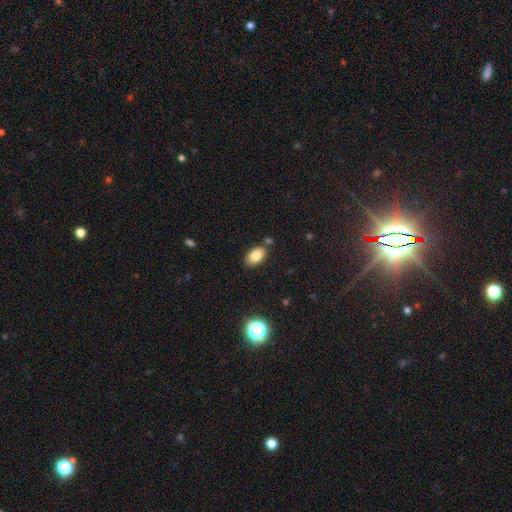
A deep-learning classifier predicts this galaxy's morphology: A smooth galaxy with no disk features (82%) that is in between round and cigar-shaped (91%). Merging: none (79%).